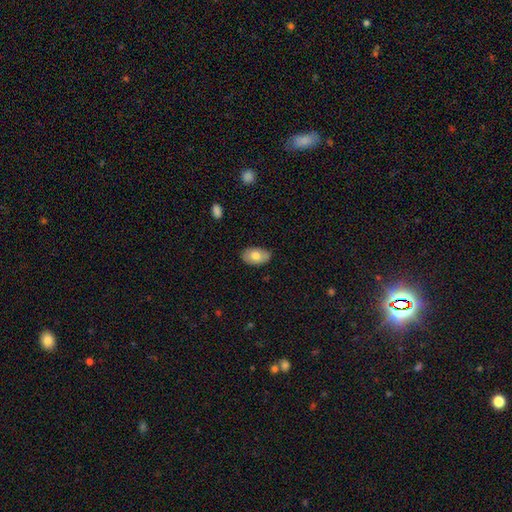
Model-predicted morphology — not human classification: Smooth or featured: smooth — 75% (featured or disk — 18%)
How rounded: in between — 92% (round — 7%)
Merging: none — 81% (minor disturbance — 16%)